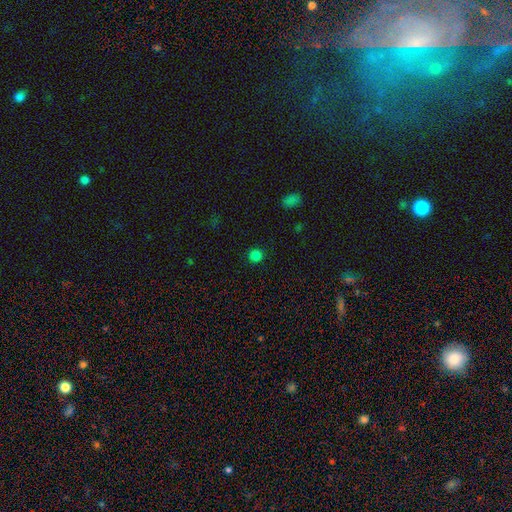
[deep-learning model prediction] Smooth or featured?
  - smooth: 82% *
  - star or artifact: 15%
  - featured or disk: 3%
How rounded?
  - round: 94% *
  - in between: 5%
  - cigar-shaped: 1%
Merging?
  - none: 92% *
  - minor disturbance: 5%
  - major disturbance: 2%
  - merger: 1%